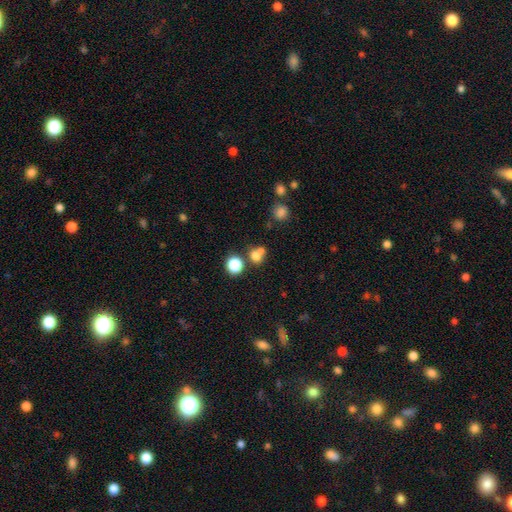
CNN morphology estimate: Smooth or featured: smooth — 72% (star or artifact — 18%)
How rounded: round — 79% (in between — 20%)
Merging: none — 48% (merger — 41%)